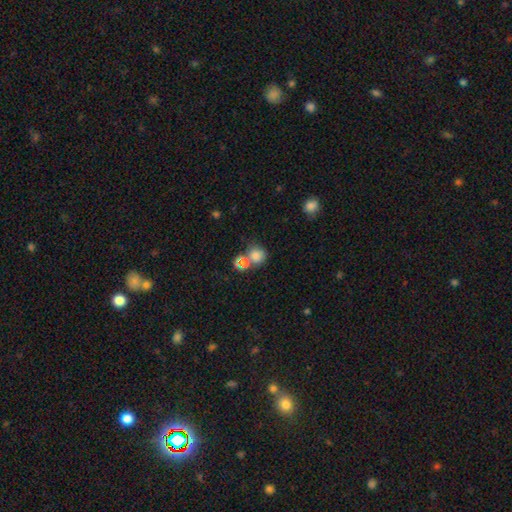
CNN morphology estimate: The model was most divided on "merging": none: 55%, merger: 30%, minor disturbance: 11%, major disturbance: 5%. More confident: how rounded — round (82%); smooth or featured — smooth (77%).